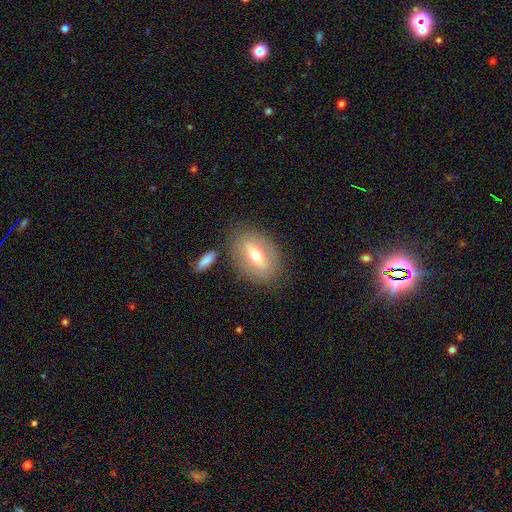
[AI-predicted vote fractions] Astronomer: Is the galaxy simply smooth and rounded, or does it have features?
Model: featured or disk — 49% (runner-up: smooth, 43%).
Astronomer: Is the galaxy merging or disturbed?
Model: none — 79%.